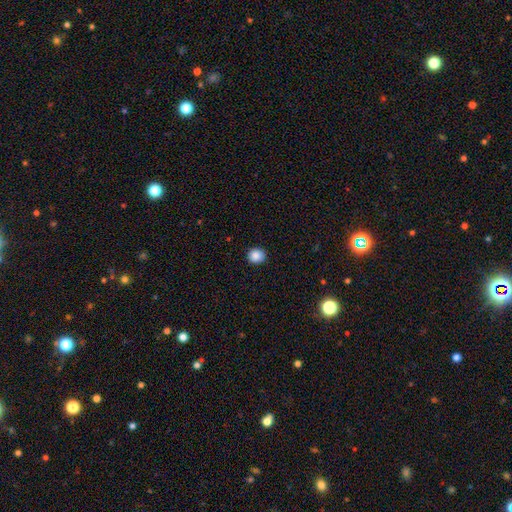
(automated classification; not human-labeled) Morphology: type=smooth (88%); roundness=round (85%); merging=none (88%).